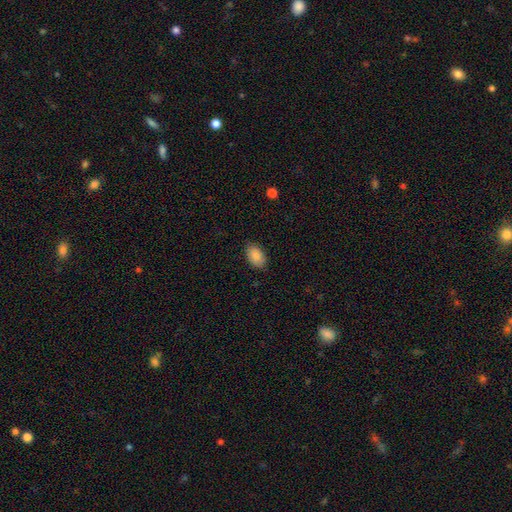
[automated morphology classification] Overall: smooth (87%). How rounded: in between (93%). Merging: none (86%).